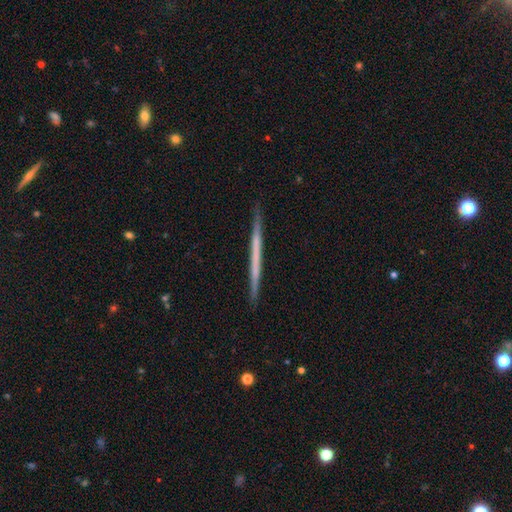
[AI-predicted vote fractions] smooth_or_featured: featured or disk (p=0.53) [alt: smooth p=0.41]
disk_edge_on: yes (p=0.98) [alt: no p=0.02]
edge_on_bulge: none (p=0.93) [alt: rounded p=0.04]
merging: none (p=0.91) [alt: minor disturbance p=0.07]